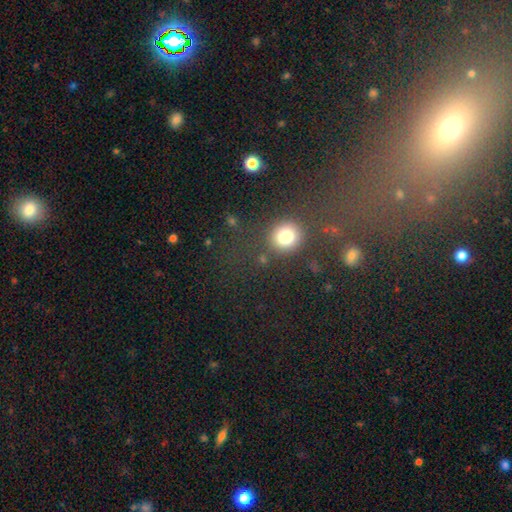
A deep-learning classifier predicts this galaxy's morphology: Q: Smooth or featured?
A: star or artifact (45%); runner-up: smooth (44%)